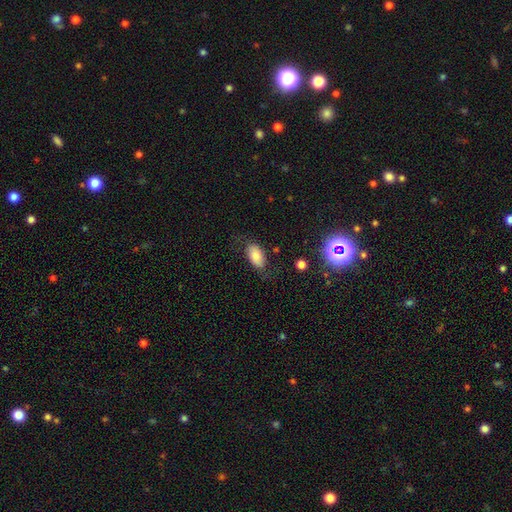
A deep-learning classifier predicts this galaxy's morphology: A smooth galaxy with no disk features (74%) that is in between round and cigar-shaped (93%).

Vote fractions:
- Smooth or featured? smooth: 74% / featured or disk: 16% / star or artifact: 10%
- How rounded? in between: 93% / round: 4% / cigar-shaped: 2%
- Merging? none: 68% / minor disturbance: 22% / major disturbance: 9% / merger: 2%